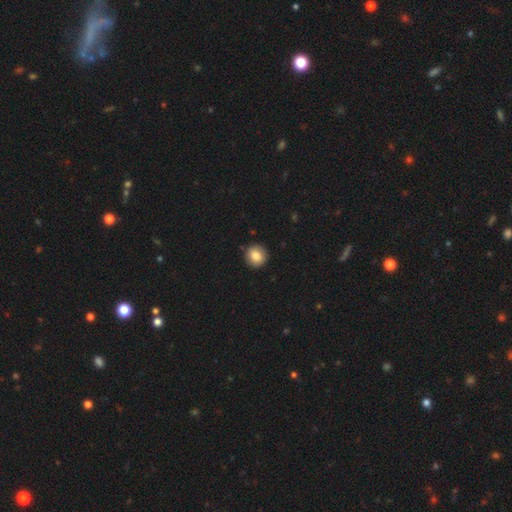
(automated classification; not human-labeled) Smooth or featured? Predicted: smooth (p=0.85). How rounded? Predicted: round (p=0.90). Merging? Predicted: none (p=0.90).